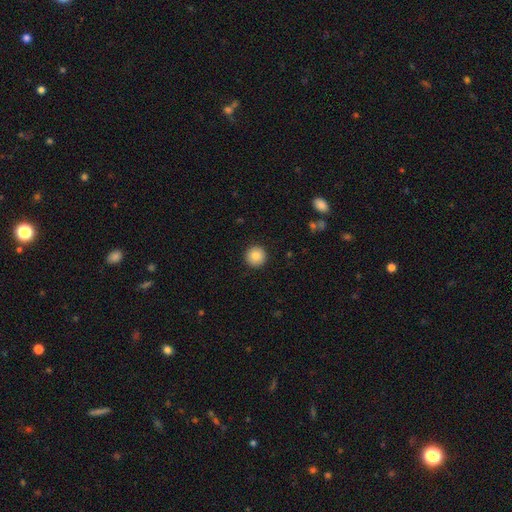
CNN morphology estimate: Smooth or featured? Predicted: smooth (p=0.85). How rounded? Predicted: round (p=0.96). Merging? Predicted: none (p=0.93).